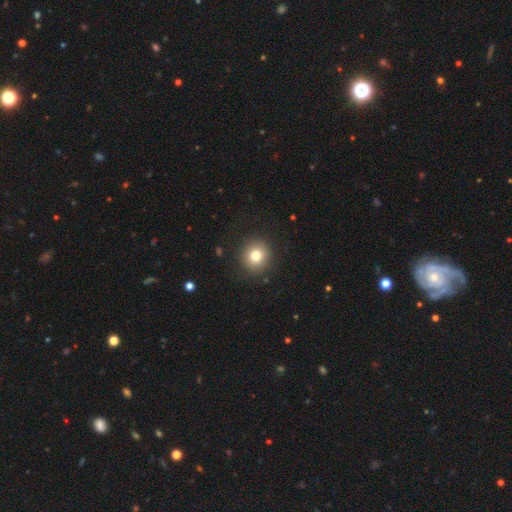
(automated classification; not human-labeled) Morphology: type=smooth (79%); roundness=round (91%); merging=none (89%).